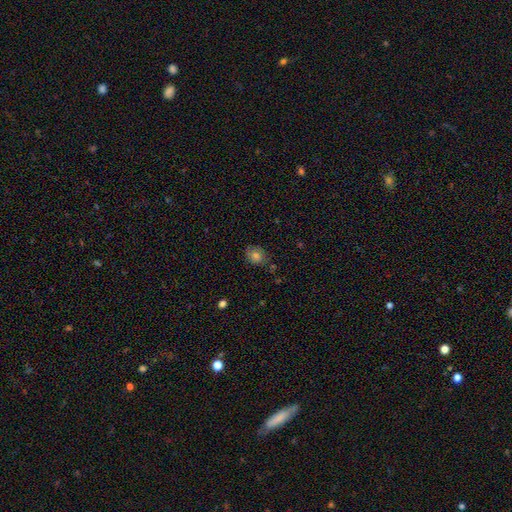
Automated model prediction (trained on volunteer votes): This is likely a smooth galaxy (76%). How rounded: likely round (62%). Merging: likely none (75%).